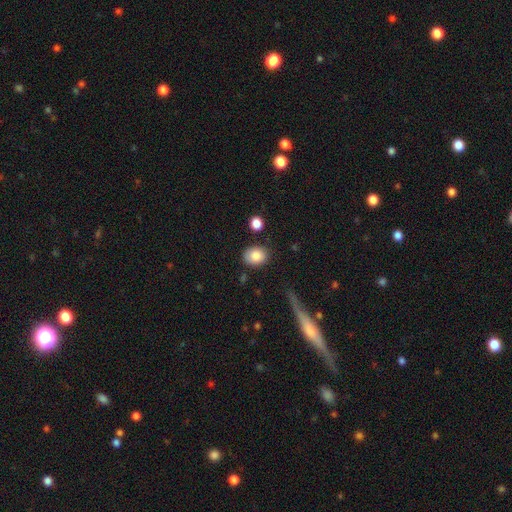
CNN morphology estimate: Smooth or featured: smooth — 86% (star or artifact — 8%)
How rounded: in between — 53% (round — 46%)
Merging: none — 81% (minor disturbance — 12%)